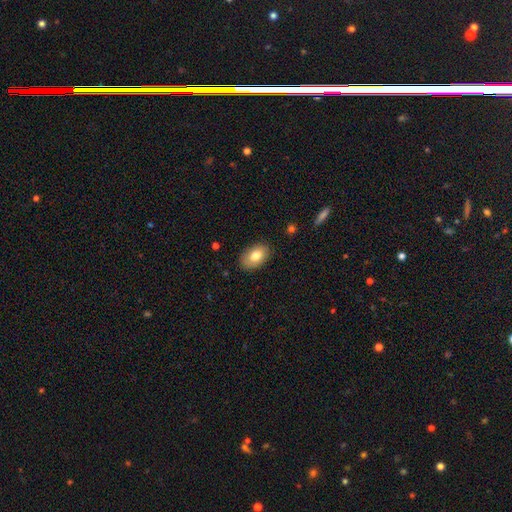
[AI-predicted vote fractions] smooth_or_featured: smooth (p=0.78) [alt: featured or disk p=0.15]
how_rounded: in between (p=0.90) [alt: round p=0.09]
merging: none (p=0.85) [alt: minor disturbance p=0.11]